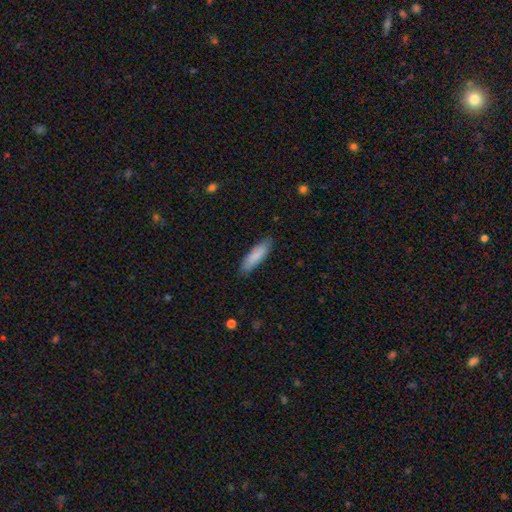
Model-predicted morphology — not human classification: type=smooth (86%); roundness=cigar-shaped (62%); merging=none (87%).